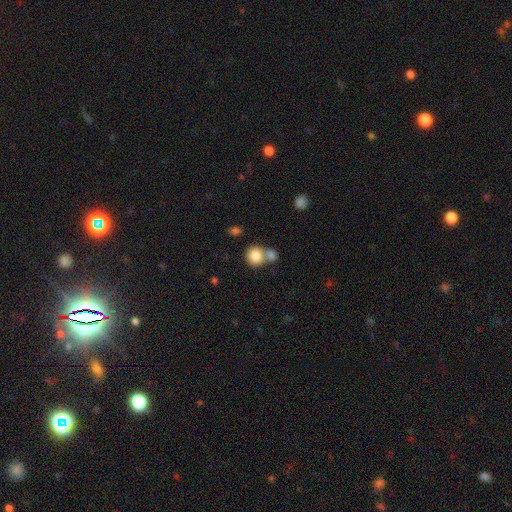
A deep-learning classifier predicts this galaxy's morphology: The model was most divided on "merging": merger: 45%, none: 44%, minor disturbance: 8%, major disturbance: 3%. More confident: smooth or featured — smooth (84%); how rounded — round (82%).